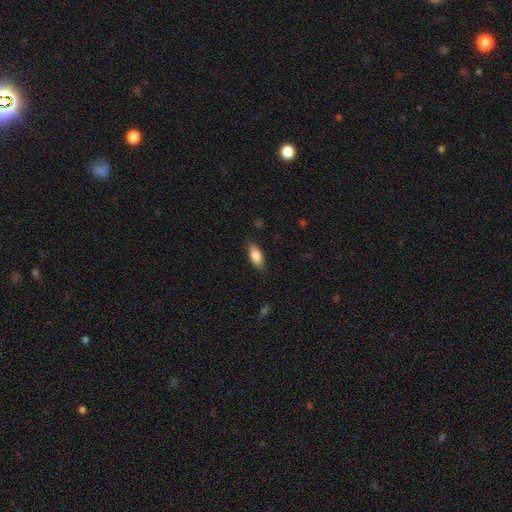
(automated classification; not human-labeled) Q: Smooth or featured?
A: smooth (85%); runner-up: featured or disk (9%)
Q: How rounded?
A: in between (81%); runner-up: cigar-shaped (17%)
Q: Merging?
A: none (82%); runner-up: minor disturbance (14%)